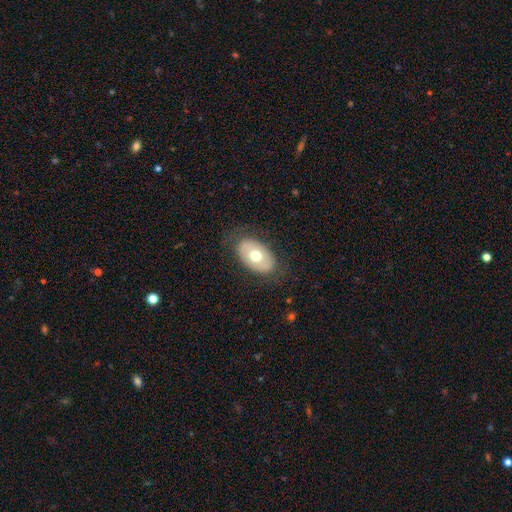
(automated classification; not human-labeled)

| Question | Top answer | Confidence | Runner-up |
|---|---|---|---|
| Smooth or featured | smooth | 61% | featured or disk (33%) |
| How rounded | in between | 90% | round (9%) |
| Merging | none | 81% | minor disturbance (13%) |